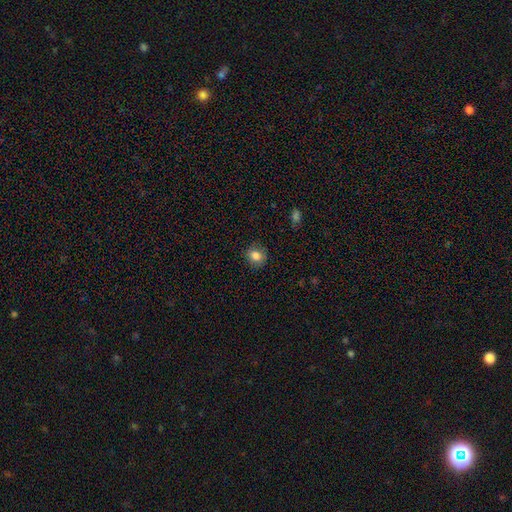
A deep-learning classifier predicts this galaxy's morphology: Smooth or featured?
  - smooth: 83% *
  - star or artifact: 10%
  - featured or disk: 7%
How rounded?
  - round: 81% *
  - in between: 18%
  - cigar-shaped: 1%
Merging?
  - none: 85% *
  - minor disturbance: 11%
  - major disturbance: 3%
  - merger: 1%